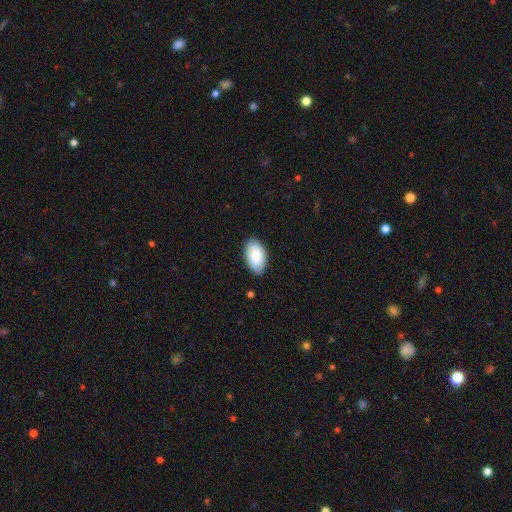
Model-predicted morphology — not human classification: Q: Smooth or featured?
A: smooth (87%); runner-up: featured or disk (7%)
Q: How rounded?
A: in between (95%); runner-up: round (3%)
Q: Merging?
A: none (85%); runner-up: minor disturbance (12%)